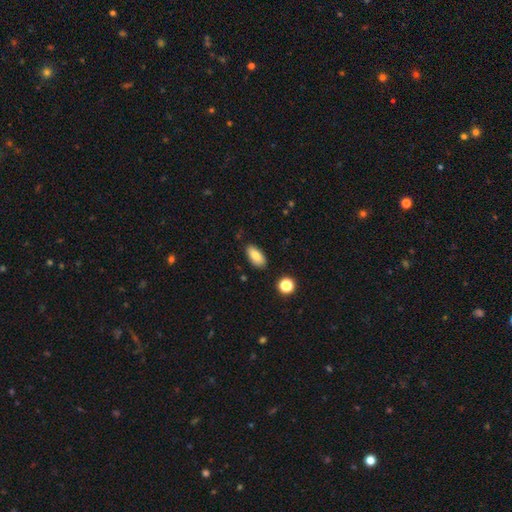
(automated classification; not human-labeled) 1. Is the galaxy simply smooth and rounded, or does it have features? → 83% smooth, 9% featured or disk, 8% star or artifact.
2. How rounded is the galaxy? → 90% in between, 7% cigar-shaped, 3% round.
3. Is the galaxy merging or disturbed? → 84% none, 11% minor disturbance, 2% major disturbance, 2% merger.